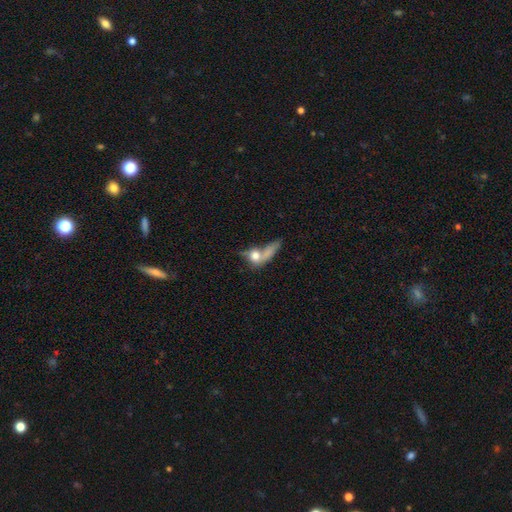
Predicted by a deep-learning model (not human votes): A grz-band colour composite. It shows a smooth galaxy with no disk features (66%) that is in between round and cigar-shaped (42%). Merging: merger (40%).